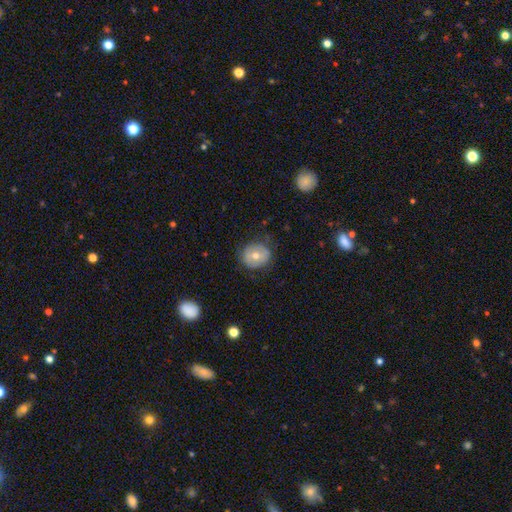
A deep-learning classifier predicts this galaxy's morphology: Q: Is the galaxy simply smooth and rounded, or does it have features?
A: smooth — 59%.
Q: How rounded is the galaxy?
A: round — 72%.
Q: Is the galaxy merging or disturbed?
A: none — 77%.